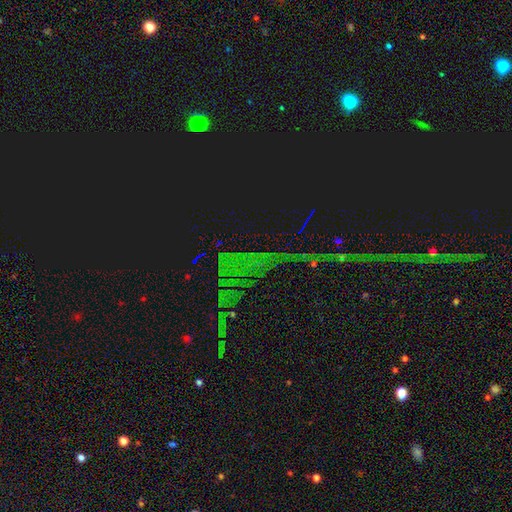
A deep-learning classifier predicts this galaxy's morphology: Smooth or featured: star or artifact — 84% (smooth — 8%)